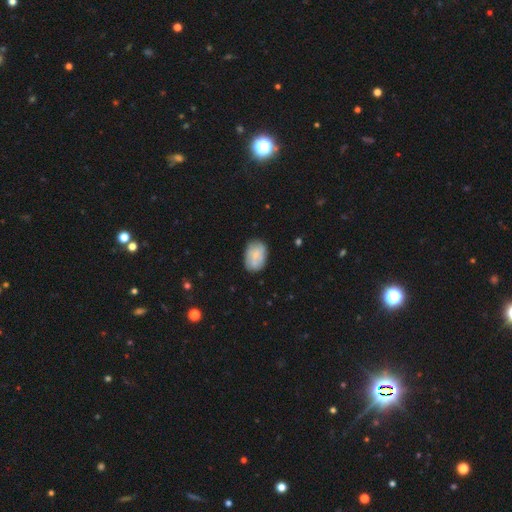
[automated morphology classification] type=smooth (64%); roundness=in between (85%); merging=none (71%).